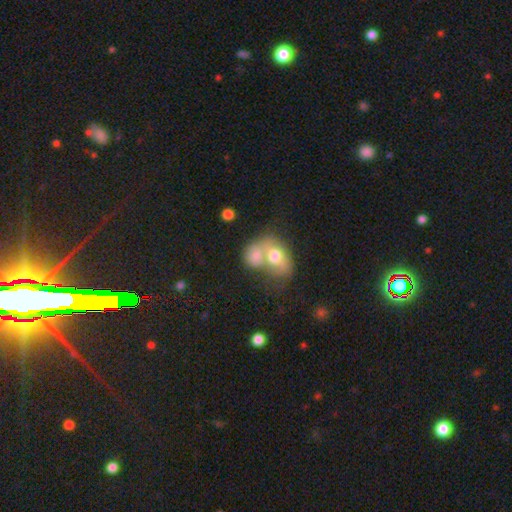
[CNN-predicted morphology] Overall: smooth (64%; featured or disk 27%). How rounded: in between (57%; round 42%). Merging: merger (70%).